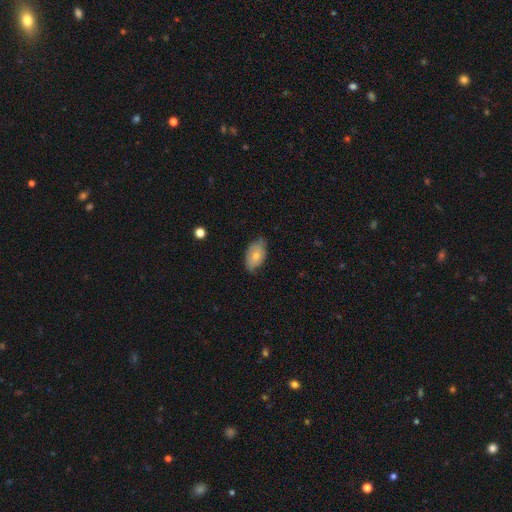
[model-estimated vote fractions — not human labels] This appears to be a smooth galaxy with no disk features (69%) that is in between round and cigar-shaped (91%). Merging: none (64%).